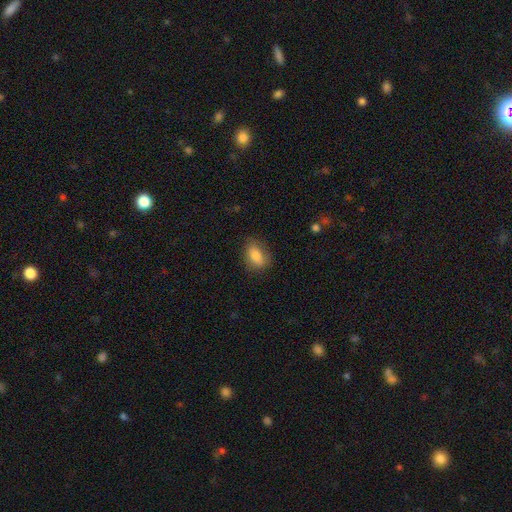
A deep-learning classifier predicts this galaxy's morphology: Smooth or featured? smooth (80%)
How rounded? in between (82%)
Merging? none (75%)